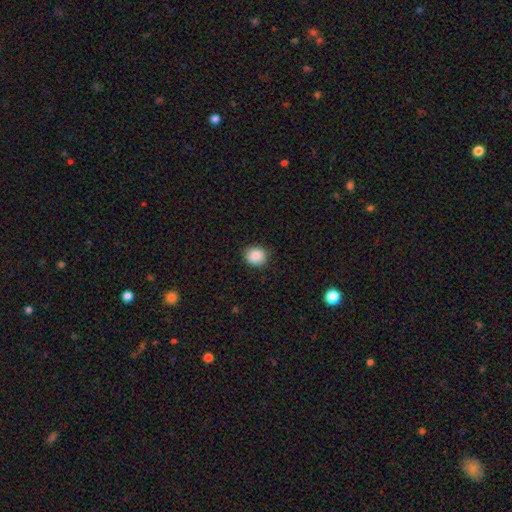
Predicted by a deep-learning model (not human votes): Q: Smooth or featured?
A: smooth (88%); runner-up: star or artifact (9%)
Q: How rounded?
A: round (76%); runner-up: in between (23%)
Q: Merging?
A: none (87%); runner-up: minor disturbance (10%)